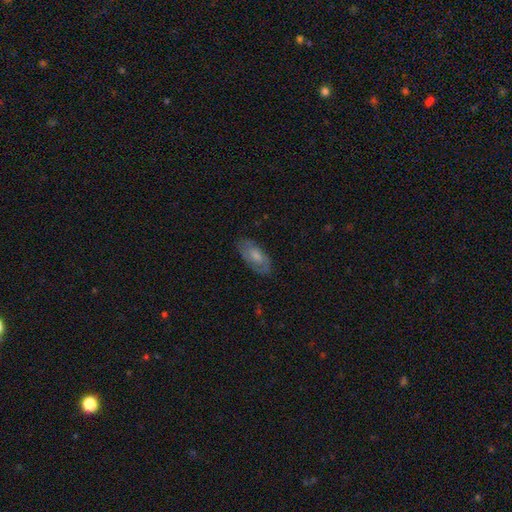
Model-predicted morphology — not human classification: The model was most divided on "smooth or featured": smooth: 52%, featured or disk: 42%, star or artifact: 7%. More confident: how rounded — in between (89%); merging — none (75%).